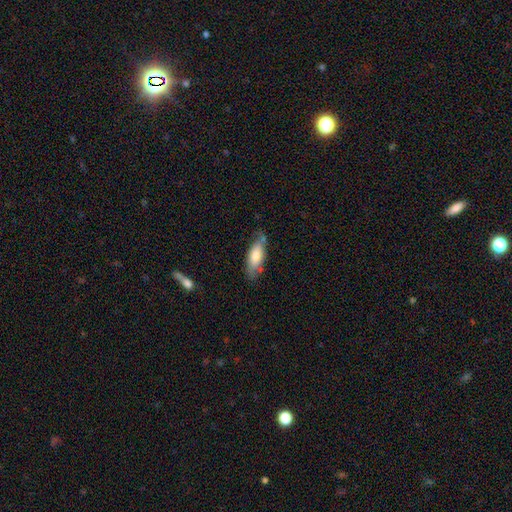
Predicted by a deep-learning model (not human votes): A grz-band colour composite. It shows a smooth galaxy with no disk features (66%) that is in between round and cigar-shaped (67%). Merging: none (63%).